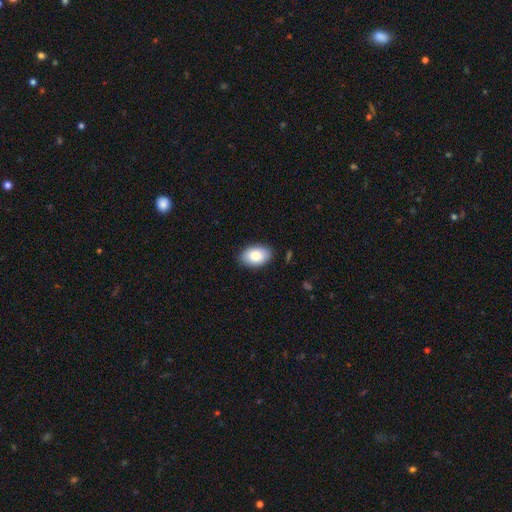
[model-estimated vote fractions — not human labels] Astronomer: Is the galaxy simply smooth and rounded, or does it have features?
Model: smooth — 83%.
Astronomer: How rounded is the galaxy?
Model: in between — 90%.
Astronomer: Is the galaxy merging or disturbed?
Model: none — 87%.